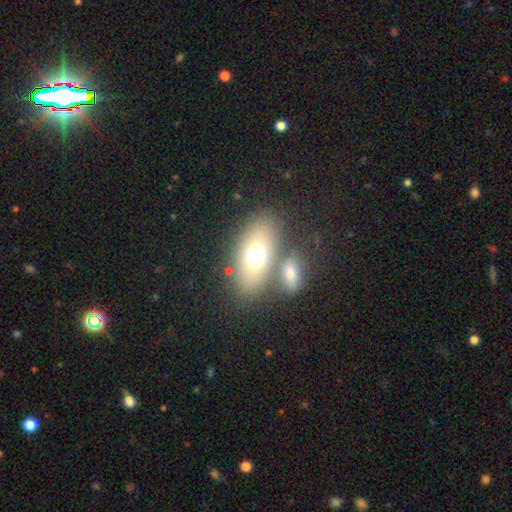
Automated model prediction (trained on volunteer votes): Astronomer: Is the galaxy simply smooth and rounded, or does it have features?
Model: smooth — 67%.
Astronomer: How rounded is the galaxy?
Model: in between — 85%.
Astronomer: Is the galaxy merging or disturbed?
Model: none — 60%.